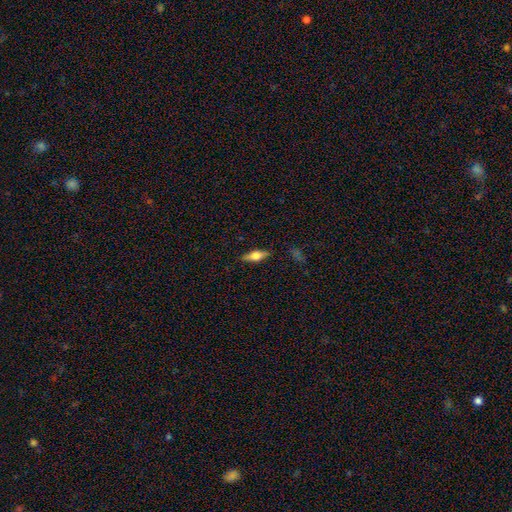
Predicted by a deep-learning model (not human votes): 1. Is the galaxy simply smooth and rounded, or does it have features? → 49% smooth, 44% featured or disk, 7% star or artifact.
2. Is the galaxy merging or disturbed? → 86% none, 10% minor disturbance, 2% major disturbance, 1% merger.